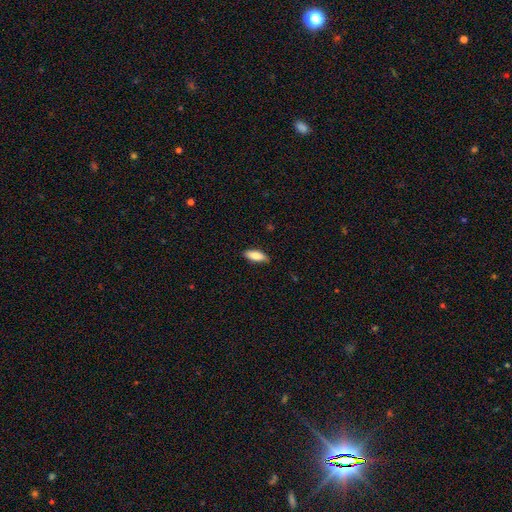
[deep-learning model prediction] Smooth or featured? smooth (83%)
How rounded? in between (73%)
Merging? none (84%)